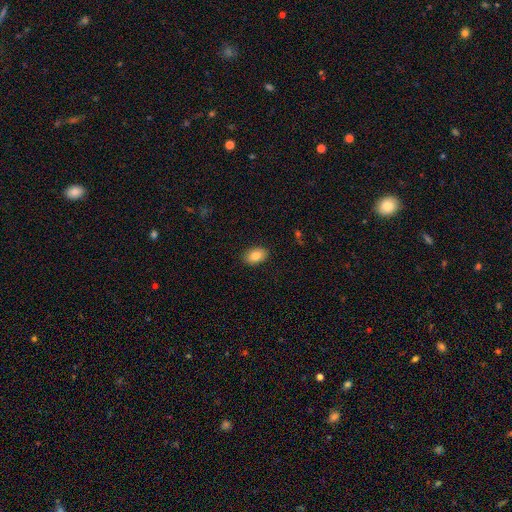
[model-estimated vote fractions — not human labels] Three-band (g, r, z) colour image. It shows a smooth galaxy with no disk features (84%) that is in between round and cigar-shaped (88%). Merging: none (89%).